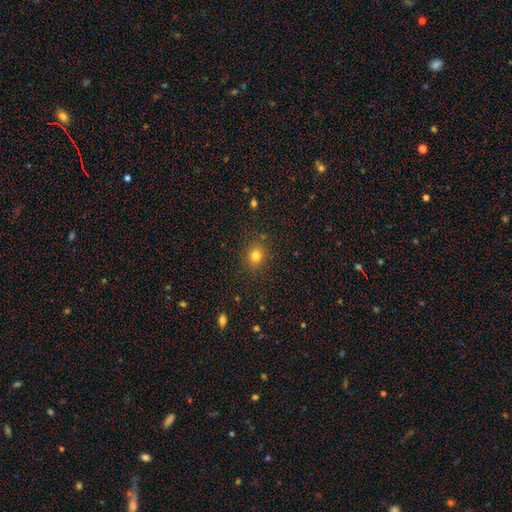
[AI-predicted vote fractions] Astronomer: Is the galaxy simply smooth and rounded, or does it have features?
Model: smooth — 81%.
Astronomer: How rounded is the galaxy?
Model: round — 74%.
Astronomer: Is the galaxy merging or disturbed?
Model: none — 86%.